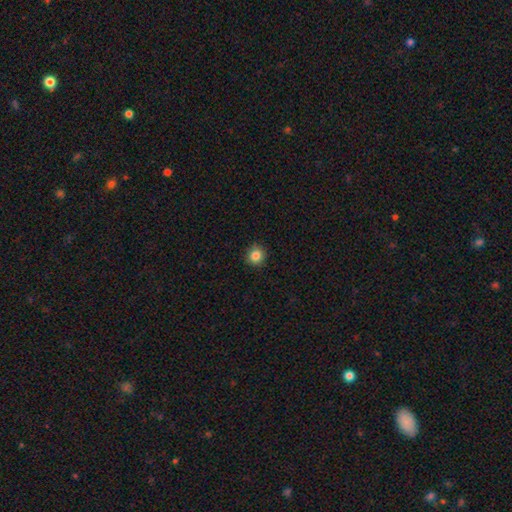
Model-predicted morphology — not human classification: This is clearly a smooth galaxy (84%). How rounded: clearly round (92%). Merging: clearly none (91%).